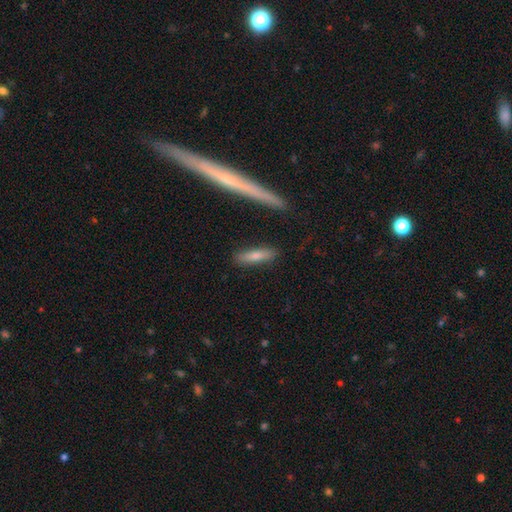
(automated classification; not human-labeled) The model was most divided on "how rounded": cigar-shaped: 74%, in between: 24%, round: 2%. More confident: merging — none (86%); smooth or featured — smooth (72%).